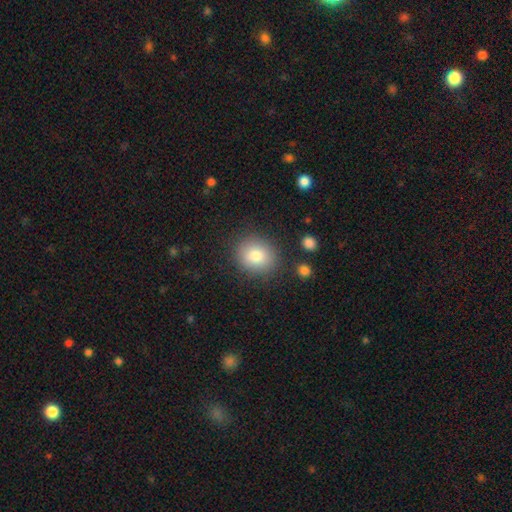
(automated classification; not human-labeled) Morphology: type=smooth (80%); roundness=round (74%); merging=none (86%).